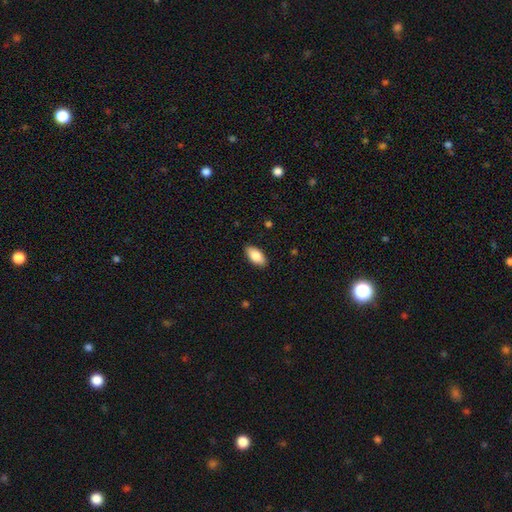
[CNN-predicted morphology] Q: Smooth or featured?
A: smooth (85%); runner-up: featured or disk (9%)
Q: How rounded?
A: in between (92%); runner-up: cigar-shaped (6%)
Q: Merging?
A: none (89%); runner-up: minor disturbance (8%)